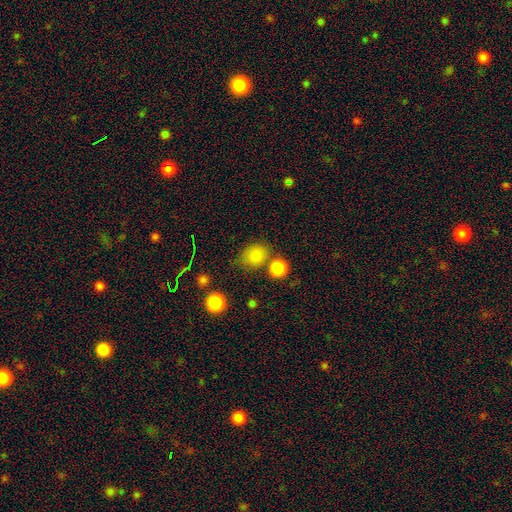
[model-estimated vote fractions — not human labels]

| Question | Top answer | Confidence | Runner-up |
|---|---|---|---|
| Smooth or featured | smooth | 83% | star or artifact (12%) |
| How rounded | round | 66% | in between (33%) |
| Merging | none | 65% | merger (15%) |